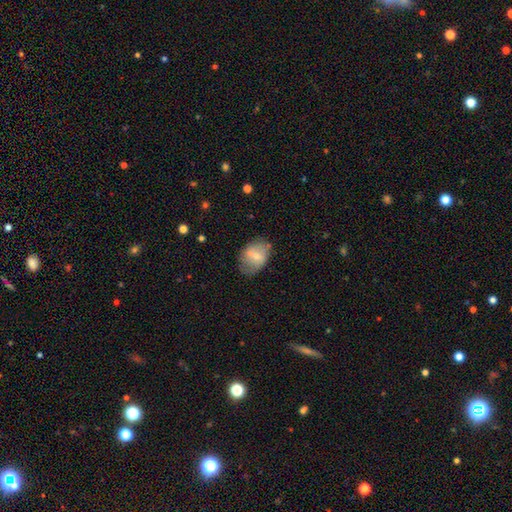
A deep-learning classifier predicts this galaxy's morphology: This appears to be a smooth galaxy with no disk features (59%) that is in between round and cigar-shaped (73%). Merging: none (58%).